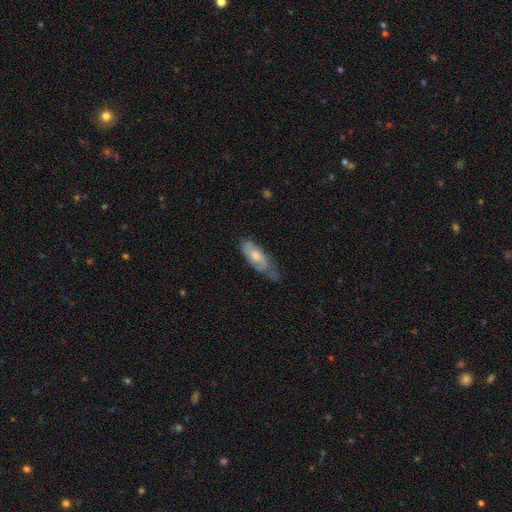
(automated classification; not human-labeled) Overall: featured or disk (50%; smooth 44%). Edge-on disk: no (84%). Merging: none (48%; minor disturbance 37%).